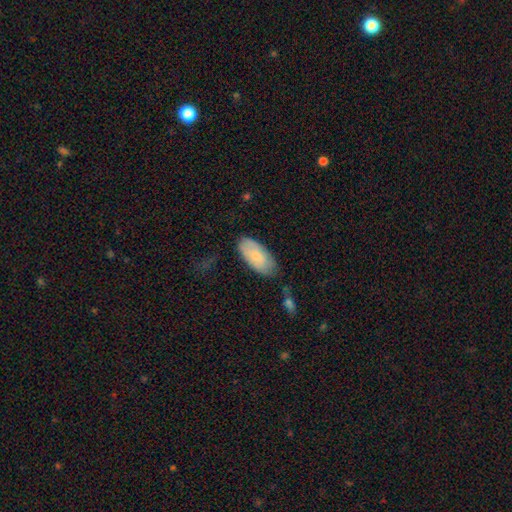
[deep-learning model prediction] Q: Smooth or featured?
A: smooth (77%); runner-up: featured or disk (17%)
Q: How rounded?
A: in between (93%); runner-up: cigar-shaped (5%)
Q: Merging?
A: none (68%); runner-up: minor disturbance (24%)